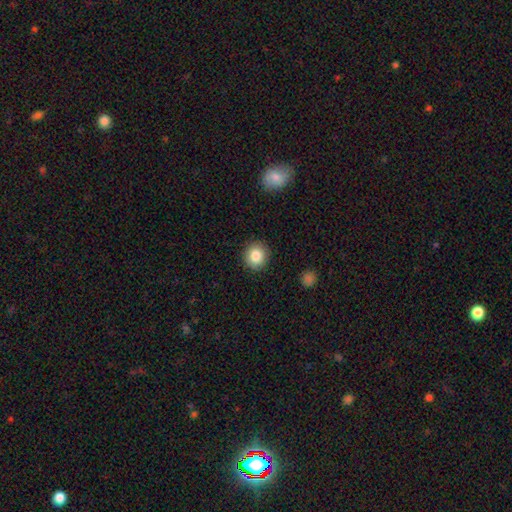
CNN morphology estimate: A smooth galaxy with no disk features (85%) that is round (86%). Merging: none (90%).